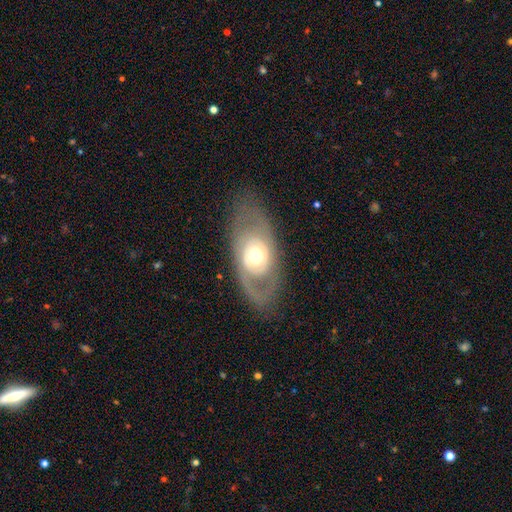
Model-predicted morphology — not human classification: Smooth or featured: featured or disk — 67% (smooth — 28%)
Edge-on disk: no — 88% (yes — 12%)
Bar: no — 83% (weak — 13%)
Spiral arms: no — 68% (yes — 32%)
Bulge size: moderate — 66% (large — 22%)
Merging: none — 75% (minor disturbance — 14%)